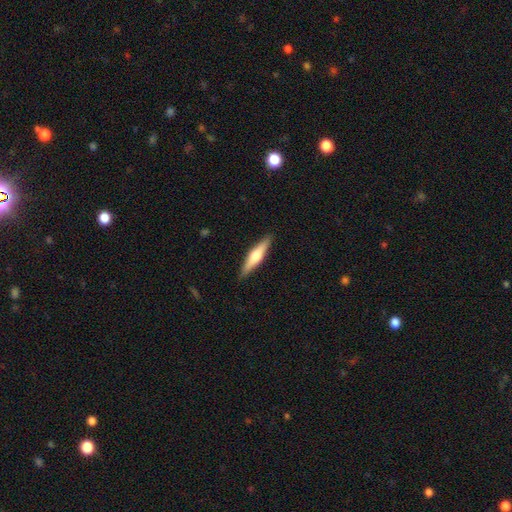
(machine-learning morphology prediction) Smooth or featured: featured or disk — 52% (smooth — 43%)
Edge-on disk: yes — 96% (no — 4%)
Merging: none — 90% (minor disturbance — 8%)